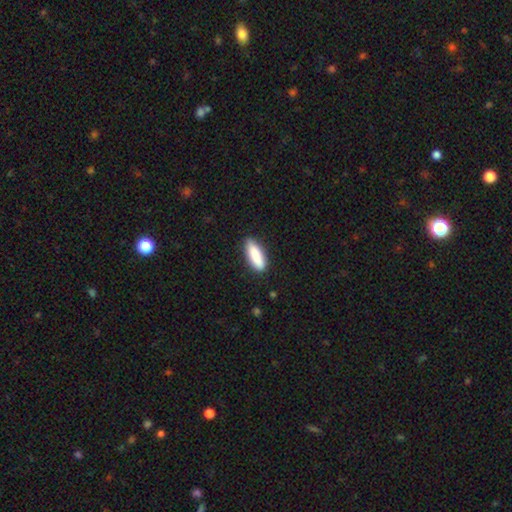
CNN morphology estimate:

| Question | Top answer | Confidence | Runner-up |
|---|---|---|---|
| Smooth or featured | smooth | 85% | featured or disk (9%) |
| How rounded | in between | 50% | cigar-shaped (48%) |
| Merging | none | 84% | minor disturbance (12%) |